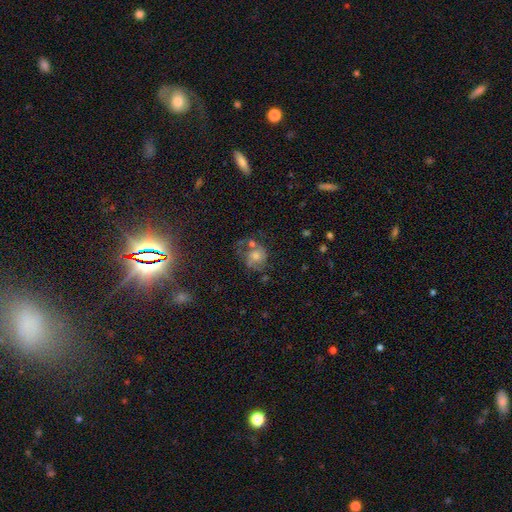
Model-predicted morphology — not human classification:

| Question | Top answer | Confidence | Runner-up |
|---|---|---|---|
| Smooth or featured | featured or disk | 51% | smooth (29%) |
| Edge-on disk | no | 97% | yes (3%) |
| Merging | none | 49% | minor disturbance (20%) |